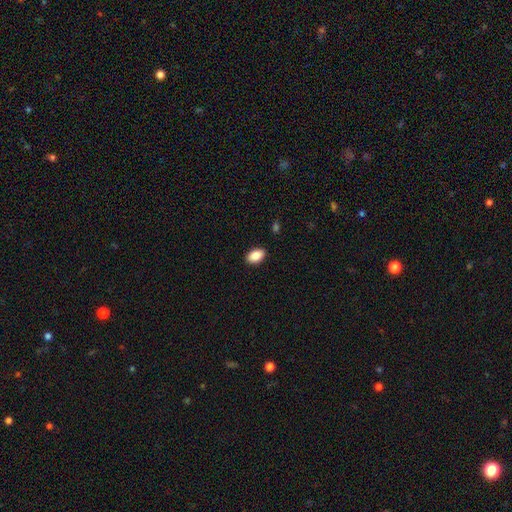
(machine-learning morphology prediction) Smooth or featured? smooth (88%)
How rounded? in between (92%)
Merging? none (89%)